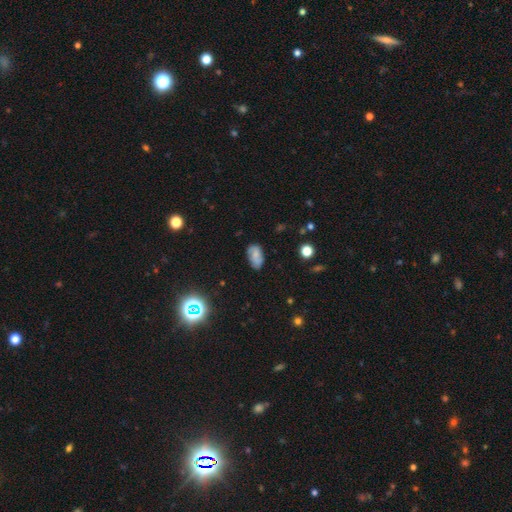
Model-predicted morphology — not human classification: Smooth or featured? smooth (60%)
How rounded? in between (92%)
Merging? none (72%)